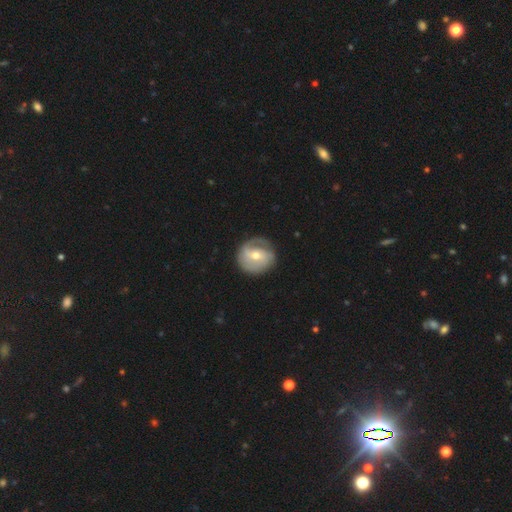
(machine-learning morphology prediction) Smooth or featured? Predicted: featured or disk (p=0.70). Edge-on disk? Predicted: no (p=0.97). Bar? Predicted: weak (p=0.44). Spiral arms? Predicted: yes (p=0.86). Spiral winding? Predicted: tight (p=0.45). Spiral arm count? Predicted: 2 (p=0.50). Bulge size? Predicted: moderate (p=0.60). Merging? Predicted: none (p=0.74).